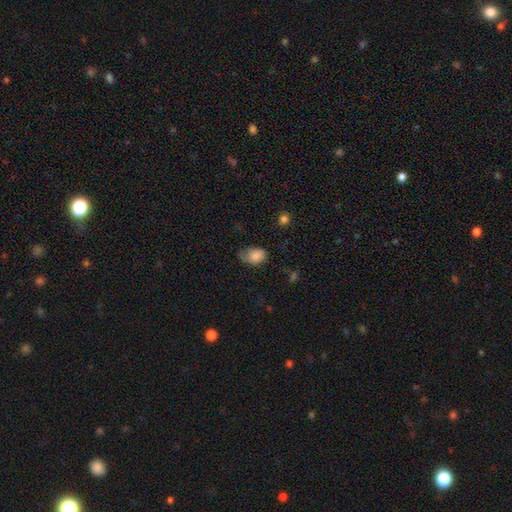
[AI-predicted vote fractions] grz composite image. It shows a smooth galaxy with no disk features (83%) that is in between round and cigar-shaped (82%). Merging: none (42%).